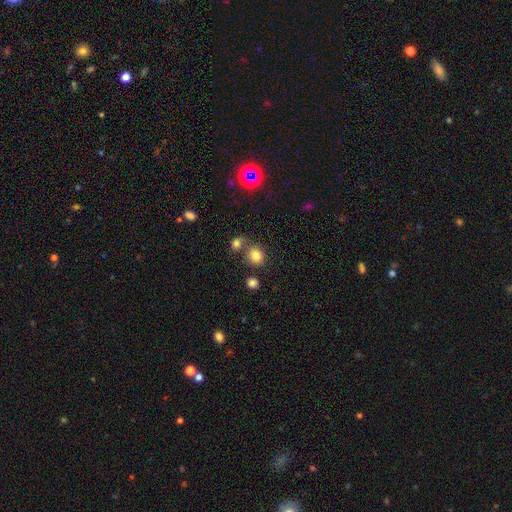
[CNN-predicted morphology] smooth 82%, star or artifact 12%, featured or disk 6%. Down the decision tree: how rounded — round (75%); merging — none (63%).